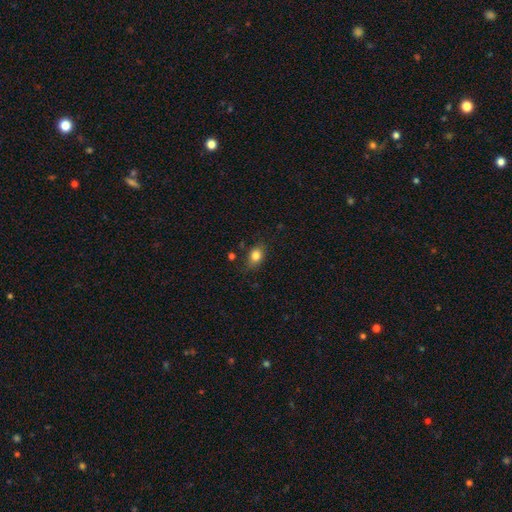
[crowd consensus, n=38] Morphology: type=smooth (87%); roundness=in between (64%); merging=none (75%).